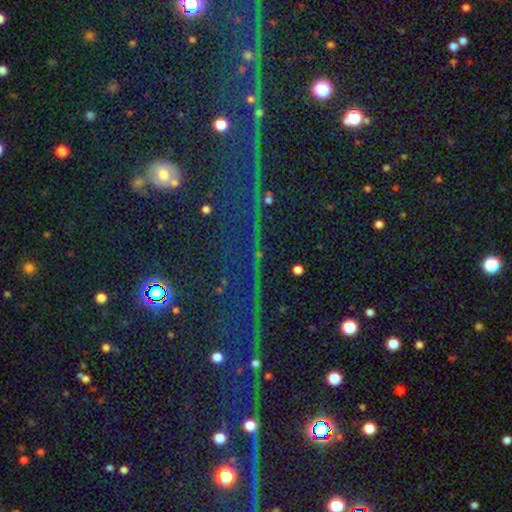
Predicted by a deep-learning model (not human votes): Smooth or featured? star or artifact (81%)